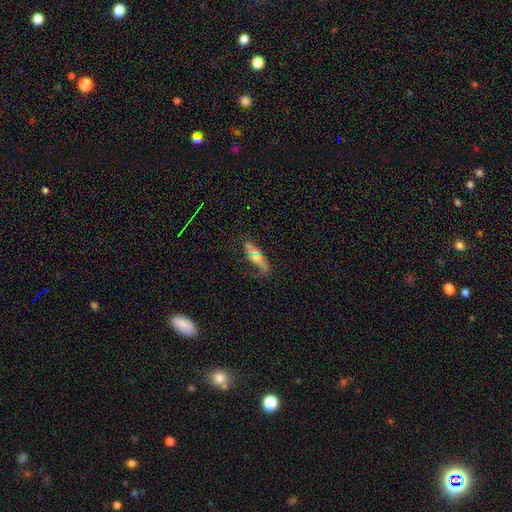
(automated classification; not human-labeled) Smooth or featured? Predicted: smooth (p=0.47). Merging? Predicted: none (p=0.50).